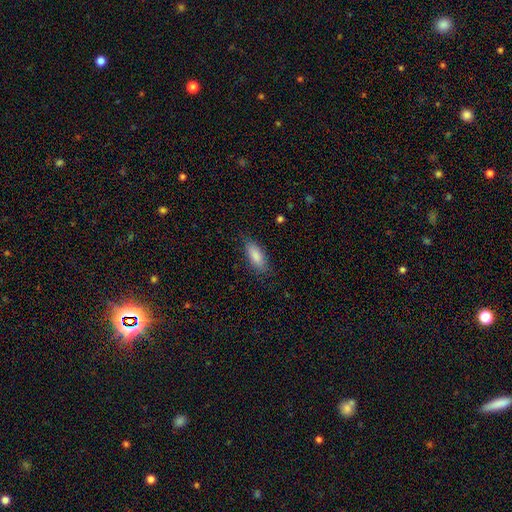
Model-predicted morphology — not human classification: A smooth galaxy with no disk features (85%) that is in between round and cigar-shaped (80%). Merging: none (80%).